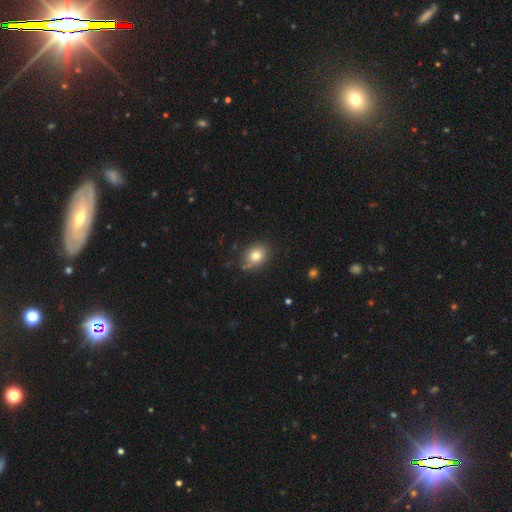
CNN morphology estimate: smooth_or_featured: smooth (p=0.79) [alt: star or artifact p=0.11]
how_rounded: round (p=0.58) [alt: in between p=0.41]
merging: none (p=0.80) [alt: minor disturbance p=0.14]